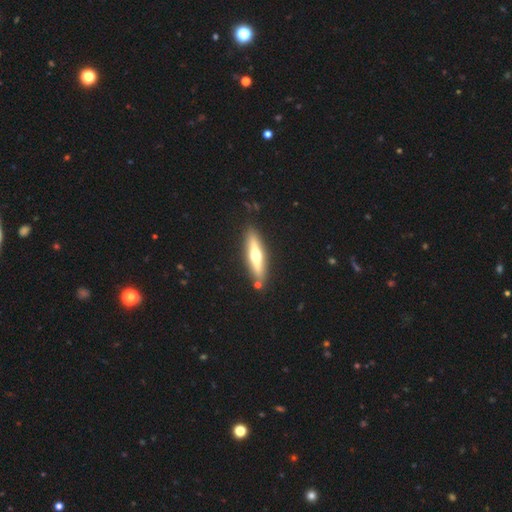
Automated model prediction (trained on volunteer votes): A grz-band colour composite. It shows a featured or disk galaxy (64%) viewed edge-on (93%) with a rounded central bulge (94%). Merging: none (86%).